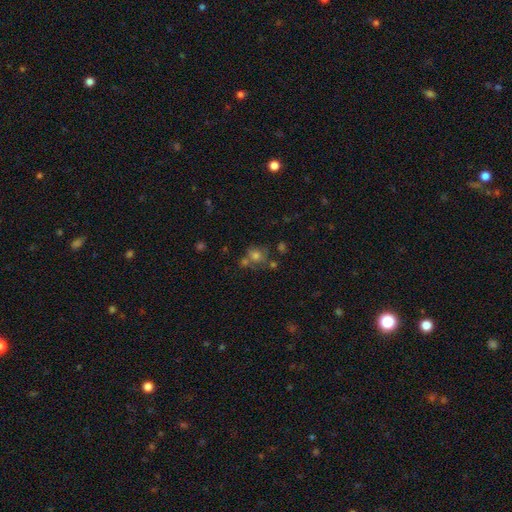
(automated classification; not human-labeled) Q: Smooth or featured?
A: smooth (67%); runner-up: featured or disk (17%)
Q: How rounded?
A: round (74%); runner-up: in between (25%)
Q: Merging?
A: none (48%); runner-up: merger (29%)